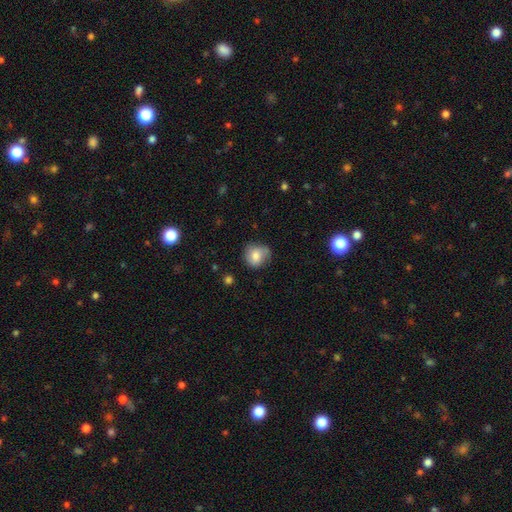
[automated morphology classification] Q: Smooth or featured?
A: smooth (76%); runner-up: featured or disk (15%)
Q: How rounded?
A: round (80%); runner-up: in between (19%)
Q: Merging?
A: none (66%); runner-up: minor disturbance (26%)